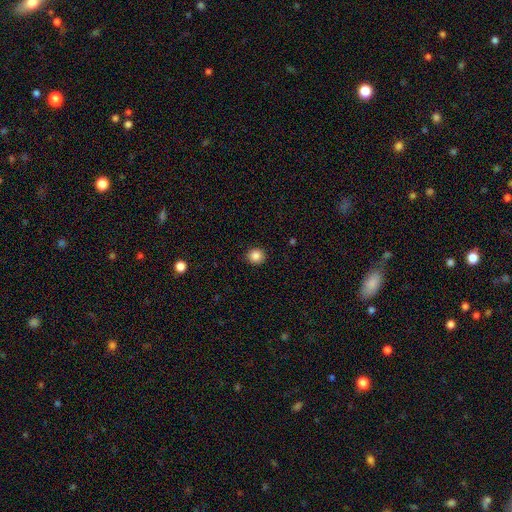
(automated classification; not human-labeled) This appears to be a smooth galaxy with no disk features (86%) that is round (91%). Merging: none (92%).